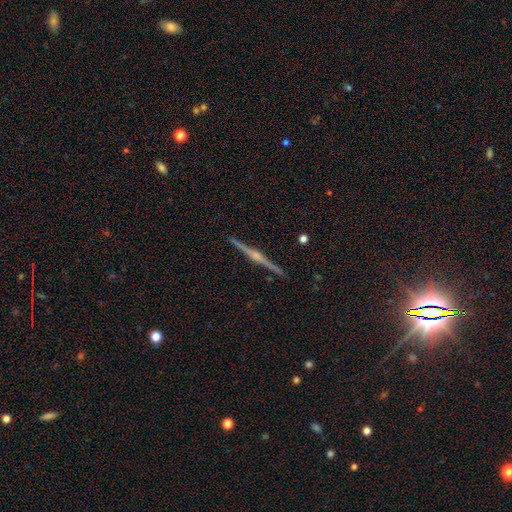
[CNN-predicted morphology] Smooth or featured? featured or disk (86%)
Edge-on disk? yes (99%)
Edge-on bulge? rounded (84%)
Merging? none (93%)